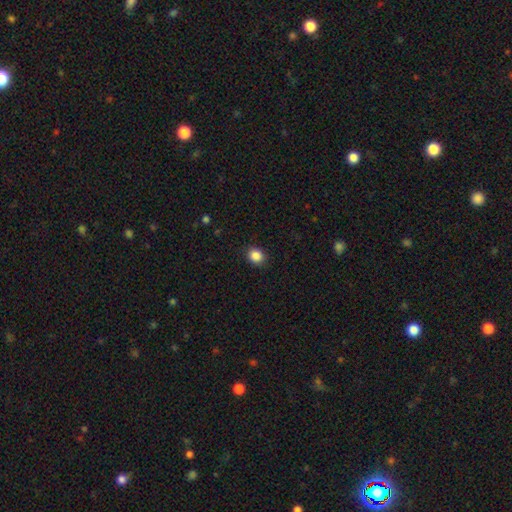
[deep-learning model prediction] Smooth or featured: smooth — 87% (star or artifact — 10%)
How rounded: round — 72% (in between — 27%)
Merging: none — 90% (minor disturbance — 7%)